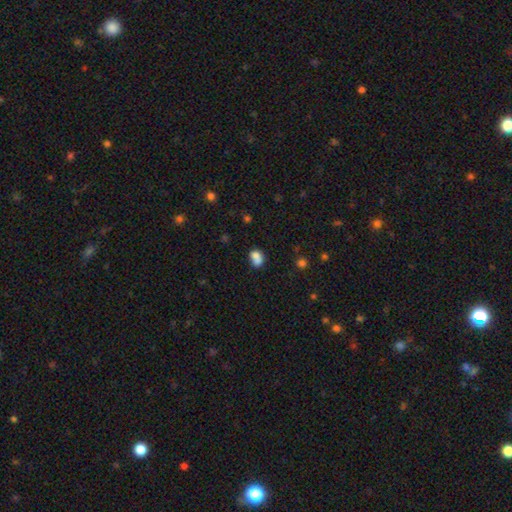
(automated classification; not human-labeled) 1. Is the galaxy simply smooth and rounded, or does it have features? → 74% smooth, 16% featured or disk, 10% star or artifact.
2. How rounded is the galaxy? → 51% in between, 48% round, 1% cigar-shaped.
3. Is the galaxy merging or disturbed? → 58% merger, 25% none, 11% minor disturbance, 6% major disturbance.